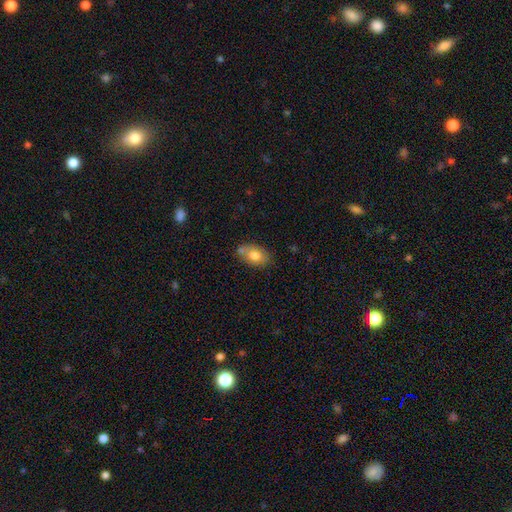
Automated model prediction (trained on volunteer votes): A smooth galaxy with no disk features (77%) that is in between round and cigar-shaped (85%).

Vote fractions:
- Smooth or featured? smooth: 77% / featured or disk: 15% / star or artifact: 7%
- How rounded? in between: 85% / round: 13% / cigar-shaped: 2%
- Merging? none: 62% / minor disturbance: 20% / merger: 13% / major disturbance: 4%